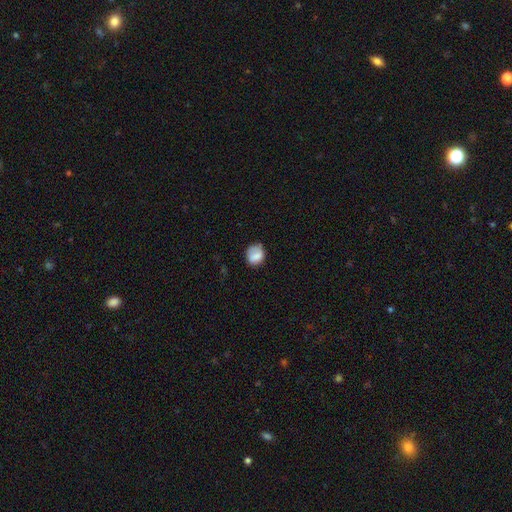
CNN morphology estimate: Q: Smooth or featured?
A: smooth (77%); runner-up: featured or disk (15%)
Q: How rounded?
A: round (68%); runner-up: in between (31%)
Q: Merging?
A: none (66%); runner-up: minor disturbance (24%)